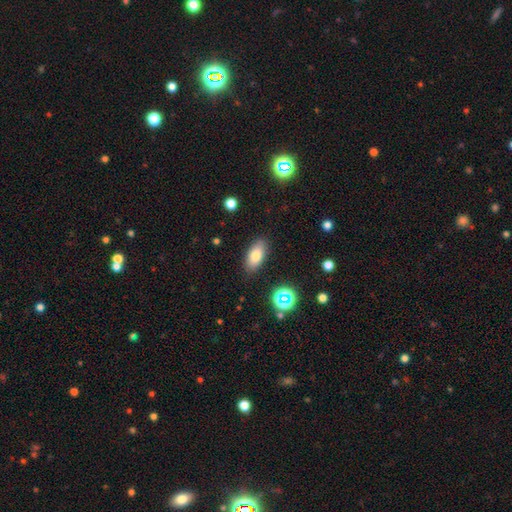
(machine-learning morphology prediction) Smooth or featured: smooth — 79% (featured or disk — 12%)
How rounded: in between — 87% (cigar-shaped — 9%)
Merging: none — 86% (minor disturbance — 10%)